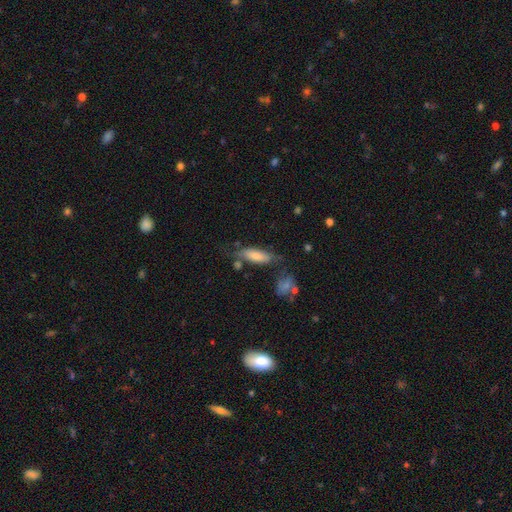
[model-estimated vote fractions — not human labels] Morphology: type=smooth (66%); roundness=in between (55%); merging=none (58%).